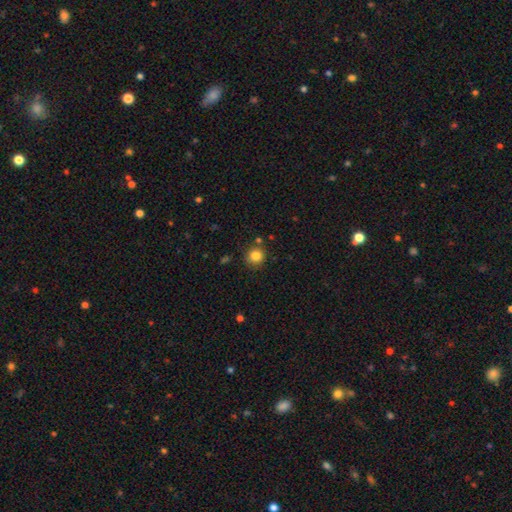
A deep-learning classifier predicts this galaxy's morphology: This appears to be a smooth galaxy with no disk features (83%) that is round (90%). Merging: none (83%).